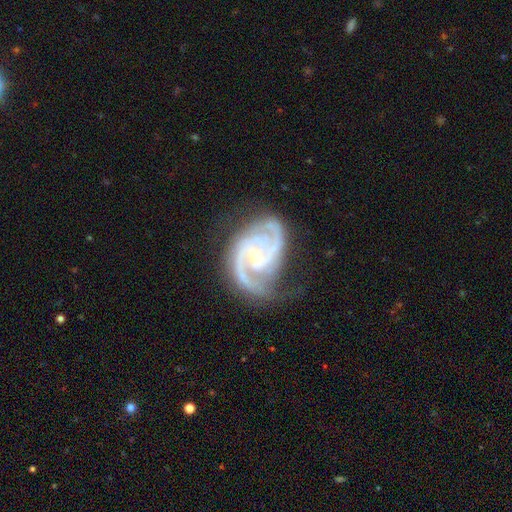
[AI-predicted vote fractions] smooth_or_featured: featured or disk (p=0.93) [alt: star or artifact p=0.04]
disk_edge_on: no (p=0.98) [alt: yes p=0.02]
bar: no (p=0.54) [alt: weak p=0.35]
has_spiral_arms: yes (p=0.98) [alt: no p=0.02]
spiral_winding: medium (p=0.49) [alt: tight p=0.44]
spiral_arm_count: 2 (p=0.68) [alt: 3 p=0.18]
bulge_size: small (p=0.57) [alt: moderate p=0.40]
merging: none (p=0.65) [alt: minor disturbance p=0.23]